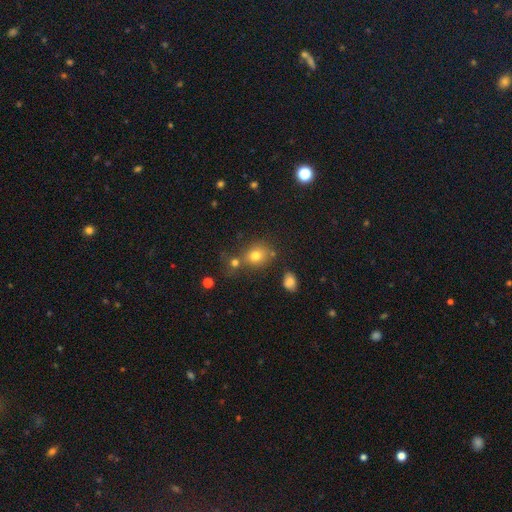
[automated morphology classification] smooth-or-featured: smooth: 75% | star or artifact: 15% | featured or disk: 10%
  how-rounded: round: 62% | in between: 37% | cigar-shaped: 1%
  merging: none: 59% | merger: 22% | minor disturbance: 13% | major disturbance: 6%